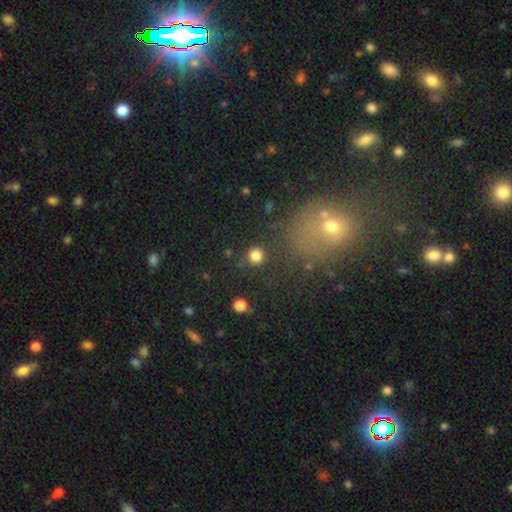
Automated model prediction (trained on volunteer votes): Morphology: type=smooth (83%); roundness=round (94%); merging=none (89%).